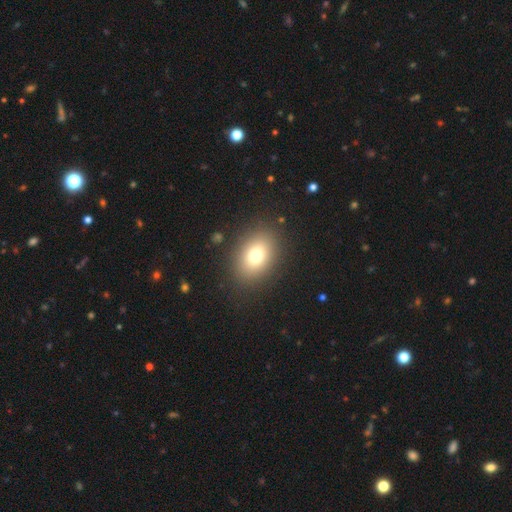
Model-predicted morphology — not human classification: Overall: smooth (76%). How rounded: in between (71%). Merging: none (87%).